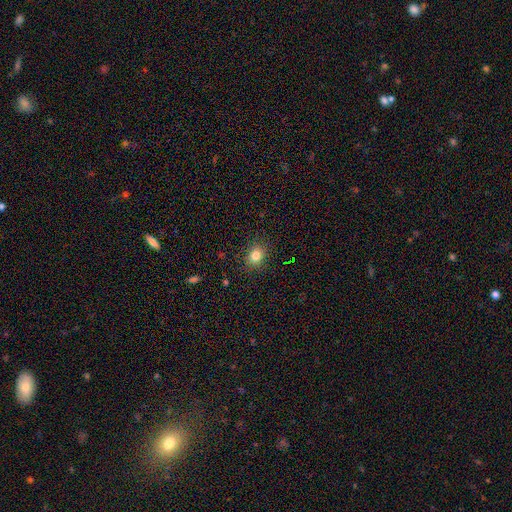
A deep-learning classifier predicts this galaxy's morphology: smooth 82%, star or artifact 12%, featured or disk 7%. Down the decision tree: how rounded — round (54%); merging — none (87%).